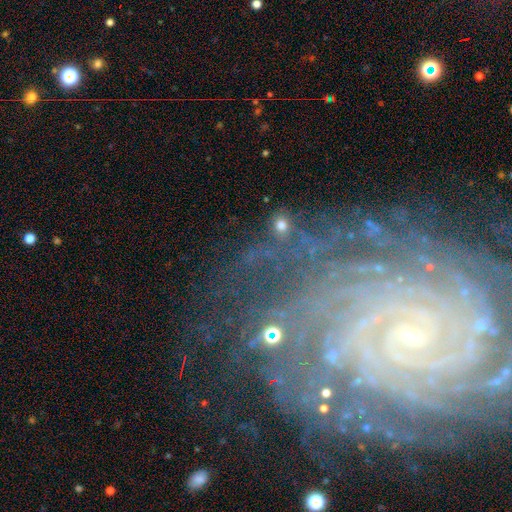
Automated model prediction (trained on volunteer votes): Smooth or featured?
  - featured or disk: 79% *
  - star or artifact: 14%
  - smooth: 7%
Edge-on disk?
  - no: 97% *
  - yes: 3%
Bar?
  - no: 54% *
  - weak: 29%
  - strong: 17%
Spiral arms?
  - yes: 96% *
  - no: 4%
Spiral winding?
  - tight: 79% *
  - medium: 16%
  - loose: 4%
Spiral arm count?
  - can't tell: 27% *
  - more than 4: 25%
  - 4: 15%
  - 2: 13%
  - 3: 12%
  - 1: 9%
Bulge size?
  - small: 75% *
  - moderate: 14%
  - none: 8%
  - large: 2%
  - dominant: 1%
Merging?
  - none: 72% *
  - minor disturbance: 15%
  - major disturbance: 10%
  - merger: 3%